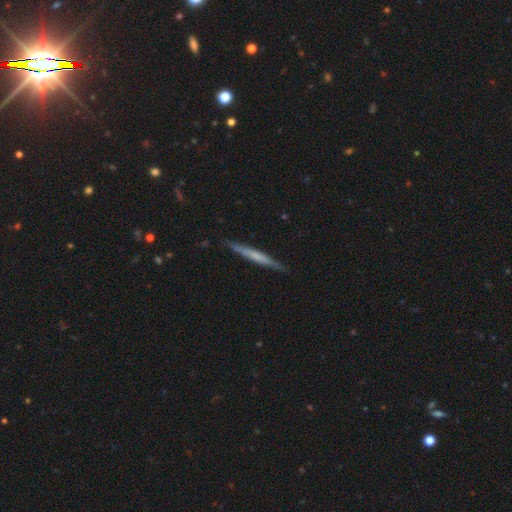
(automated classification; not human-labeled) Overall: featured or disk (50%; smooth 45%). Merging: none (87%).